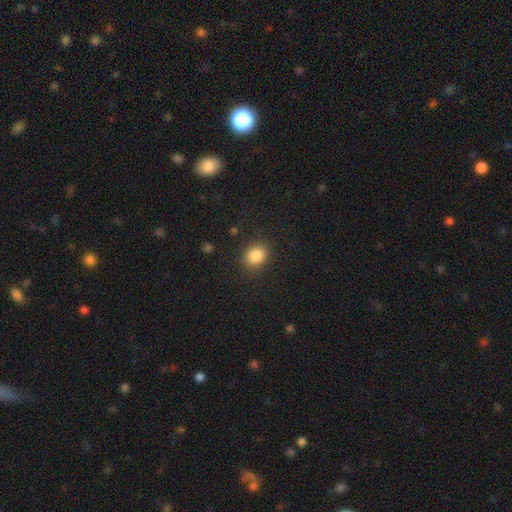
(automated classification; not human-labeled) Smooth or featured: smooth — 85% (star or artifact — 10%)
How rounded: round — 63% (in between — 36%)
Merging: none — 85% (minor disturbance — 10%)